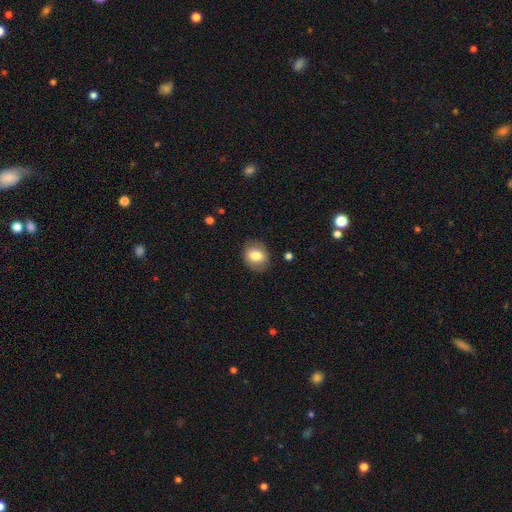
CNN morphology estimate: type=smooth (78%); roundness=round (52%); merging=none (85%).